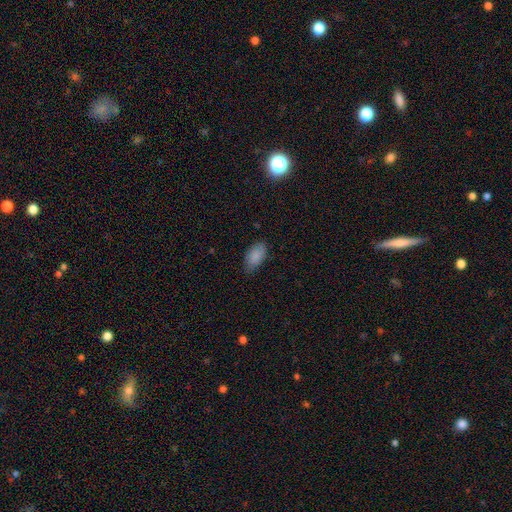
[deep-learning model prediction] Smooth or featured: smooth — 88% (star or artifact — 7%)
How rounded: in between — 94% (round — 3%)
Merging: none — 75% (minor disturbance — 20%)